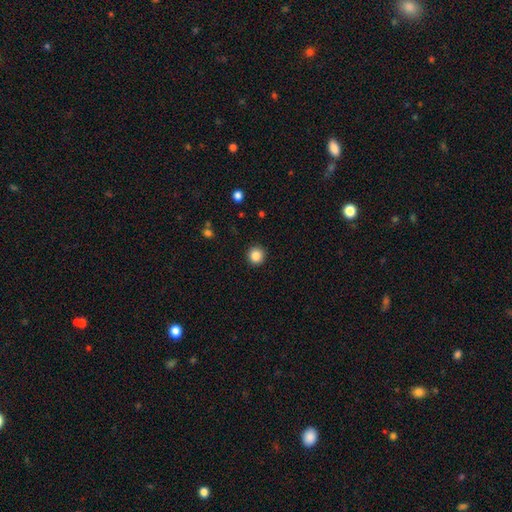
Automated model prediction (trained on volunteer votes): smooth_or_featured: smooth (p=0.86) [alt: star or artifact p=0.10]
how_rounded: round (p=0.94) [alt: in between p=0.05]
merging: none (p=0.92) [alt: minor disturbance p=0.05]